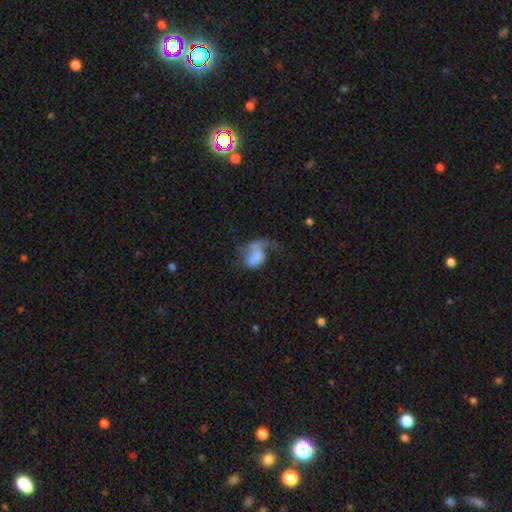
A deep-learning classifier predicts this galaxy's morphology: Overall: featured or disk (45%; smooth 44%). Merging: major disturbance (47%; none 20%).